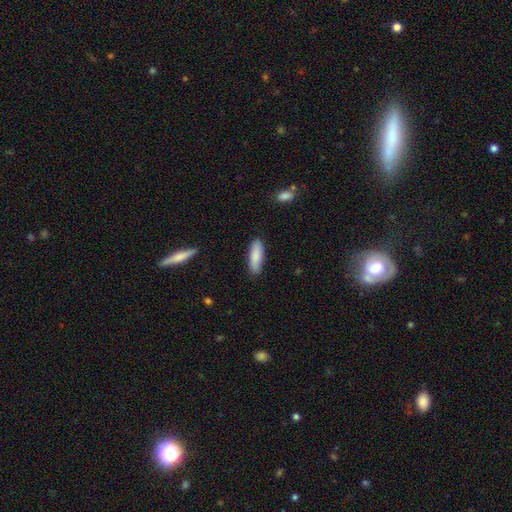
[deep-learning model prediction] smooth_or_featured: smooth (p=0.85) [alt: featured or disk p=0.09]
how_rounded: cigar-shaped (p=0.52) [alt: in between p=0.47]
merging: none (p=0.85) [alt: minor disturbance p=0.11]